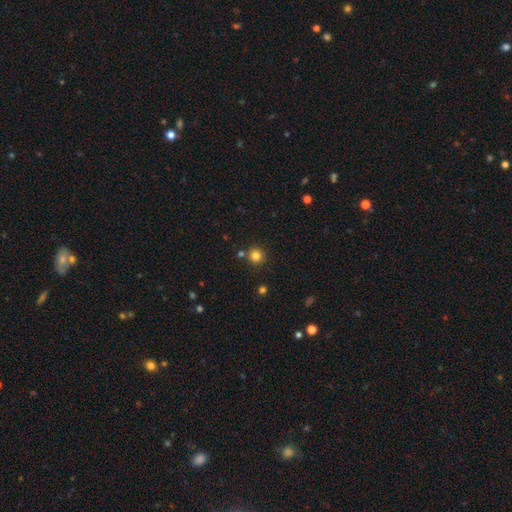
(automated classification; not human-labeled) A smooth galaxy with no disk features (81%) that is round (94%).

Vote fractions:
- Smooth or featured? smooth: 81% / star or artifact: 13% / featured or disk: 5%
- How rounded? round: 94% / in between: 5% / cigar-shaped: 1%
- Merging? none: 83% / merger: 7% / minor disturbance: 7% / major disturbance: 2%